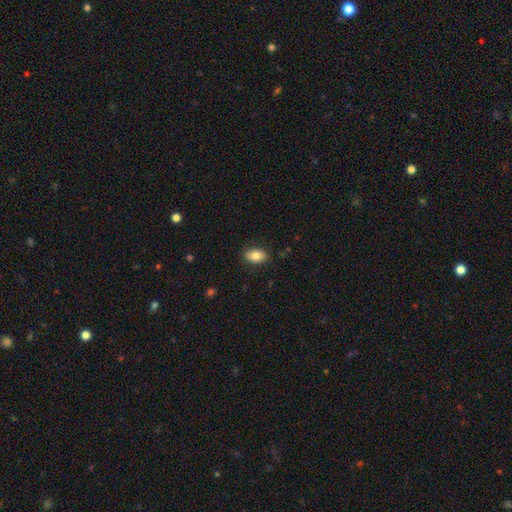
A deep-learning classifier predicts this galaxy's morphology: Smooth or featured? smooth (81%)
How rounded? in between (89%)
Merging? none (86%)